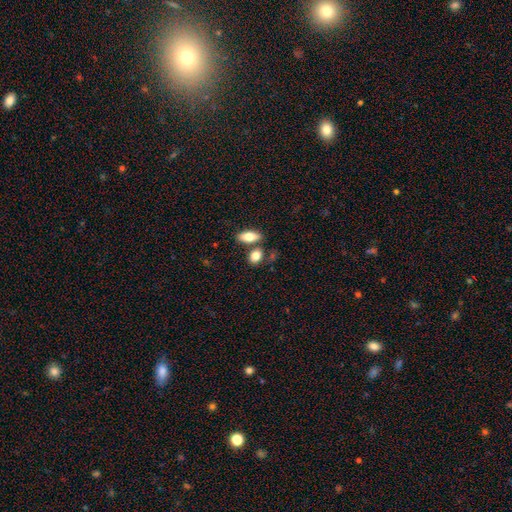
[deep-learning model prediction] A smooth galaxy with no disk features (81%) that is in between round and cigar-shaped (75%).

Vote fractions:
- Smooth or featured? smooth: 81% / featured or disk: 12% / star or artifact: 7%
- How rounded? in between: 75% / round: 18% / cigar-shaped: 6%
- Merging? none: 63% / merger: 22% / minor disturbance: 11% / major disturbance: 4%